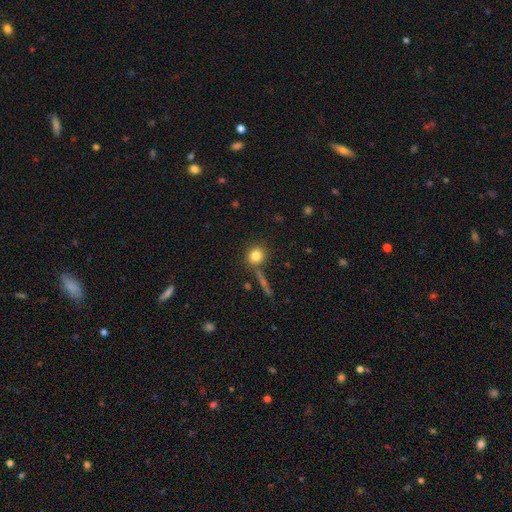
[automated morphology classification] Q: Smooth or featured?
A: smooth (81%); runner-up: star or artifact (11%)
Q: How rounded?
A: round (90%); runner-up: in between (8%)
Q: Merging?
A: none (77%); runner-up: merger (10%)